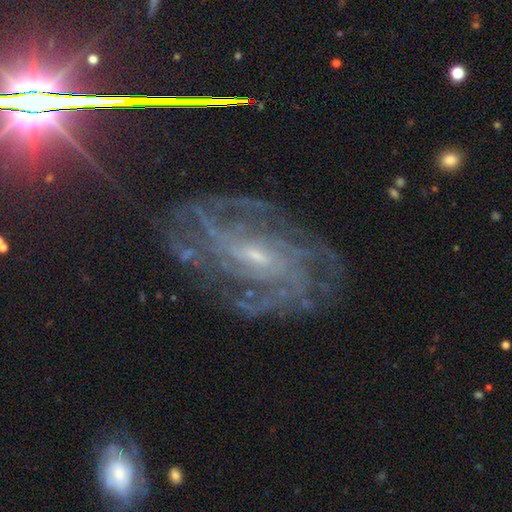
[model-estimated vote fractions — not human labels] A featured or disk galaxy (86%) with a weak bar (50%), tight (58%) spiral arms (96%) and a small central bulge (67%).

Vote fractions:
- Smooth or featured? featured or disk: 86% / star or artifact: 8% / smooth: 6%
- Edge-on disk? no: 96% / yes: 4%
- Bar? weak: 50% / no: 35% / strong: 15%
- Spiral arms? yes: 96% / no: 4%
- Spiral winding? tight: 58% / medium: 33% / loose: 8%
- Spiral arm count? can't tell: 35% / 4: 19% / 3: 14% / 2: 13% / more than 4: 12% / 1: 7%
- Bulge size? small: 67% / moderate: 25% / none: 6% / large: 2% / dominant: 1%
- Merging? none: 72% / minor disturbance: 17% / major disturbance: 10% / merger: 2%